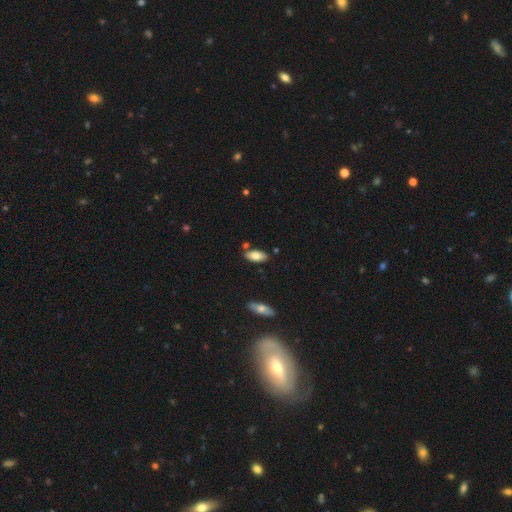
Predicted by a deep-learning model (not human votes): Smooth or featured?
  - smooth: 81% *
  - featured or disk: 13%
  - star or artifact: 6%
How rounded?
  - in between: 87% *
  - cigar-shaped: 10%
  - round: 2%
Merging?
  - none: 79% *
  - minor disturbance: 12%
  - merger: 7%
  - major disturbance: 2%